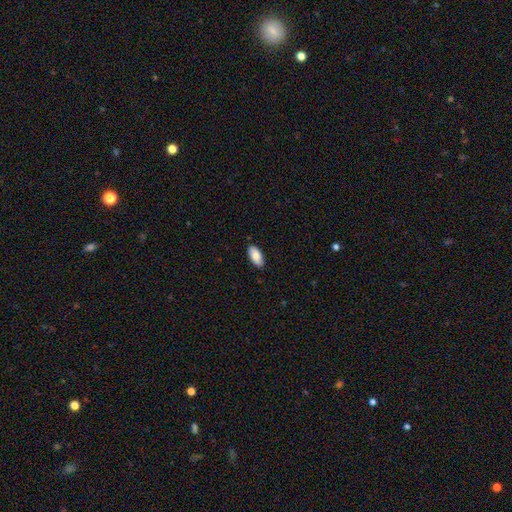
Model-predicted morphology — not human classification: A smooth galaxy with no disk features (82%) that is in between round and cigar-shaped (92%).

Vote fractions:
- Smooth or featured? smooth: 82% / featured or disk: 12% / star or artifact: 6%
- How rounded? in between: 92% / cigar-shaped: 6% / round: 2%
- Merging? none: 87% / minor disturbance: 10% / major disturbance: 2% / merger: 1%